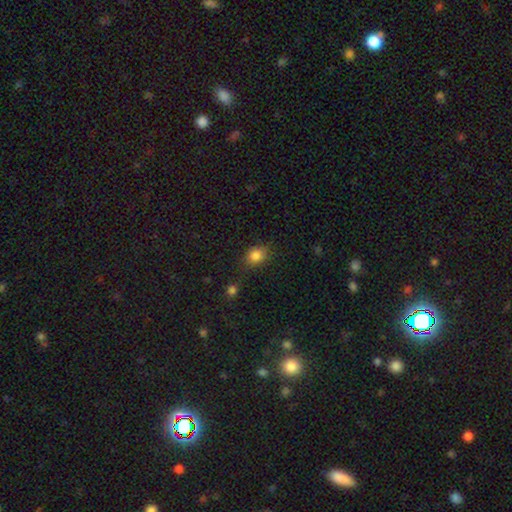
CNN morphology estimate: Smooth or featured? Predicted: smooth (p=0.83). How rounded? Predicted: round (p=0.55). Merging? Predicted: none (p=0.71).